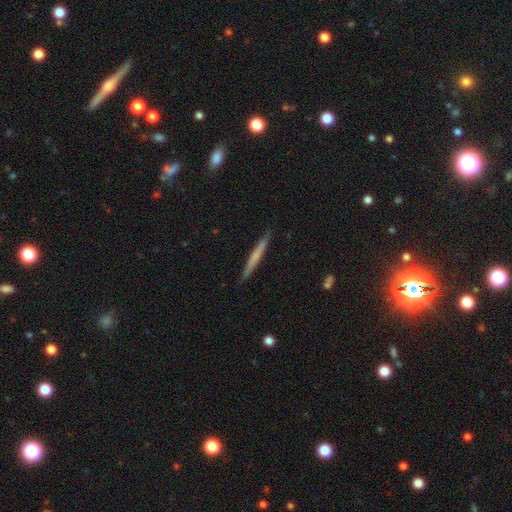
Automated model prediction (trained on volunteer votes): Overall: smooth (56%; featured or disk 38%). How rounded: cigar-shaped (97%). Merging: none (90%).